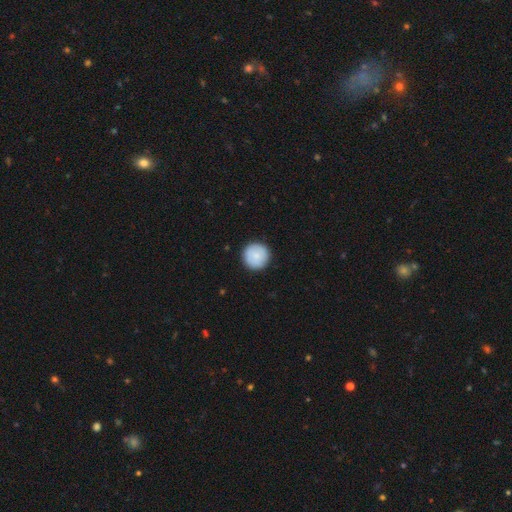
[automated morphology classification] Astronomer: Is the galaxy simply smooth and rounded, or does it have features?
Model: smooth — 81%.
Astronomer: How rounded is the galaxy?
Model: round — 96%.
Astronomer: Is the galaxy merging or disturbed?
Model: none — 91%.